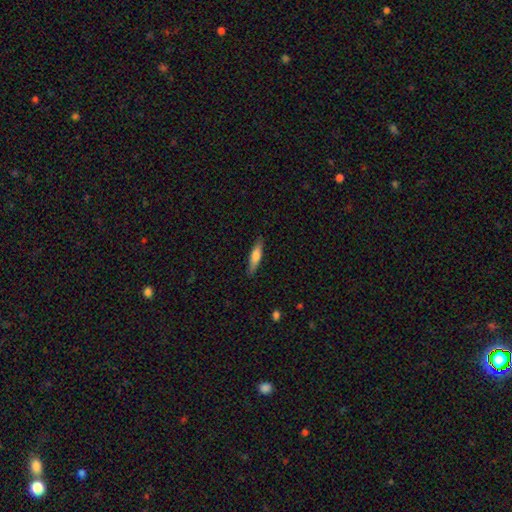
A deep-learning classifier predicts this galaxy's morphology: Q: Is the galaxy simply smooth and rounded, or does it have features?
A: smooth — 67%.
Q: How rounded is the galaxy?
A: cigar-shaped — 75%.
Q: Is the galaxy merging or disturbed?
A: none — 86%.